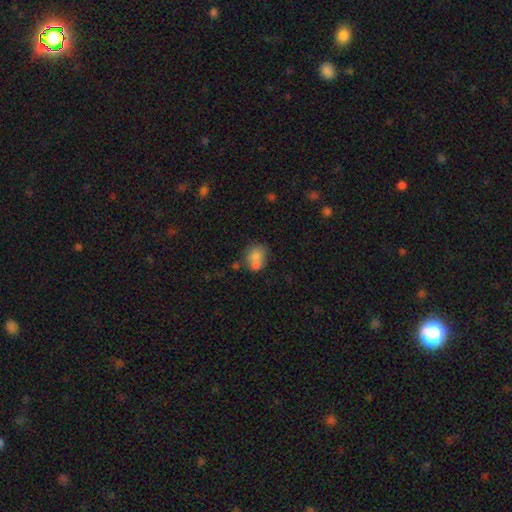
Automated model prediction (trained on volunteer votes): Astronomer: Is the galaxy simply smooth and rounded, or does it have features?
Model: smooth — 74%.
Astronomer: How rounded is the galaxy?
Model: in between — 51% (runner-up: round, 48%).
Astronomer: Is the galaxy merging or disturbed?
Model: merger — 40%, tied with none at 40%.